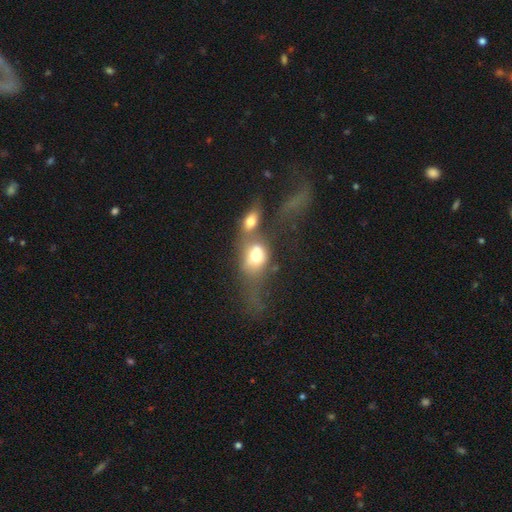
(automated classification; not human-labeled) Smooth or featured?
  - smooth: 60% *
  - featured or disk: 30%
  - star or artifact: 10%
How rounded?
  - in between: 72% *
  - round: 24%
  - cigar-shaped: 4%
Merging?
  - merger: 60% *
  - major disturbance: 17%
  - none: 14%
  - minor disturbance: 9%